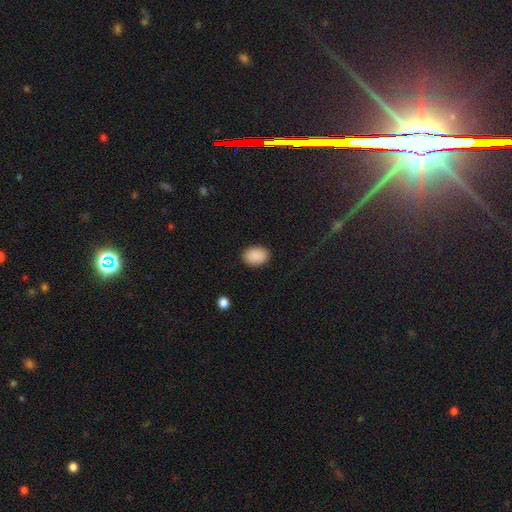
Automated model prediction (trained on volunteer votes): smooth_or_featured: smooth (p=0.90) [alt: star or artifact p=0.07]
how_rounded: in between (p=0.79) [alt: round p=0.20]
merging: none (p=0.89) [alt: minor disturbance p=0.08]